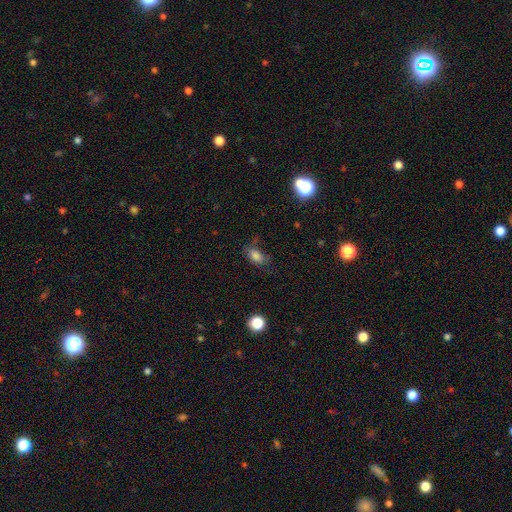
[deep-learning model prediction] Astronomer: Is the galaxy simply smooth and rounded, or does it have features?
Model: smooth — 78%.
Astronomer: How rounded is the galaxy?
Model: in between — 87%.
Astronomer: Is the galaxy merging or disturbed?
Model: none — 59%.